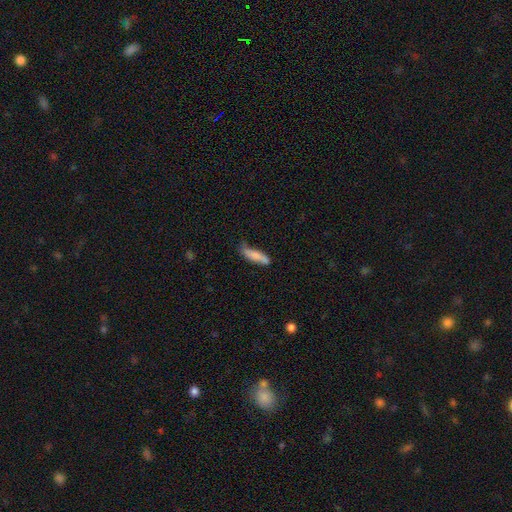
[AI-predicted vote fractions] The model was most divided on "how rounded": cigar-shaped: 65%, in between: 34%, round: 2%. More confident: smooth or featured — smooth (73%); merging — none (63%).